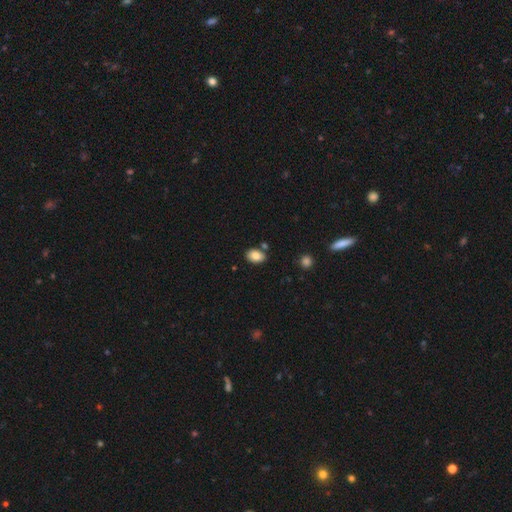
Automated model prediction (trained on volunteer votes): Smooth or featured: smooth — 85% (star or artifact — 8%)
How rounded: in between — 83% (round — 16%)
Merging: none — 77% (minor disturbance — 13%)